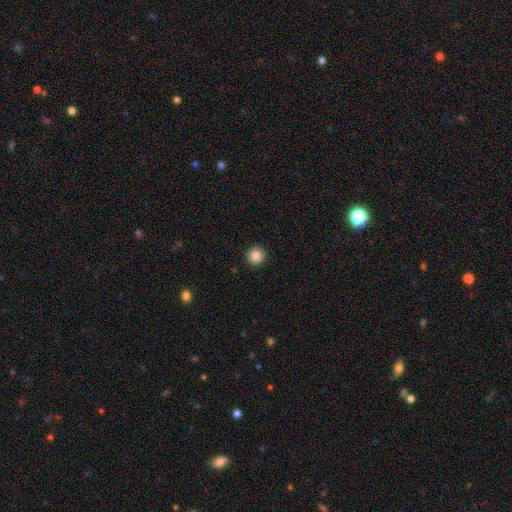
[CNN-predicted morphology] This is clearly a smooth galaxy (86%). How rounded: clearly round (96%). Merging: clearly none (93%).